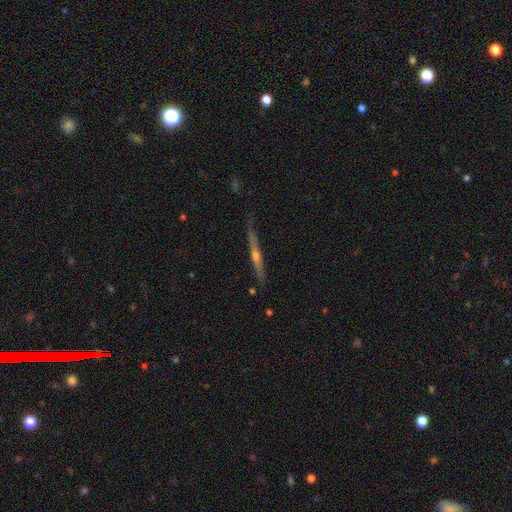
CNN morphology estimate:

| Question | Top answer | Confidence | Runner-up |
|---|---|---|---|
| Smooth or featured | featured or disk | 77% | smooth (17%) |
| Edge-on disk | yes | 98% | no (2%) |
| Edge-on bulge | rounded | 82% | none (14%) |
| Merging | none | 84% | minor disturbance (12%) |